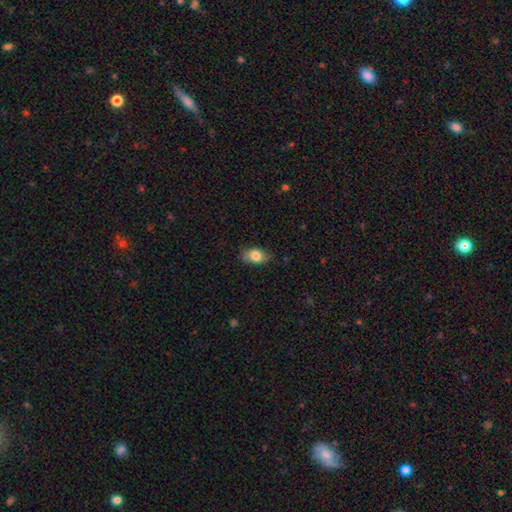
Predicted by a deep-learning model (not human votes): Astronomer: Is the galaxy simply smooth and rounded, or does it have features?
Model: smooth — 81%.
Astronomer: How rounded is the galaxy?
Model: in between — 85%.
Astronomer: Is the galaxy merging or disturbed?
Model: none — 73%.